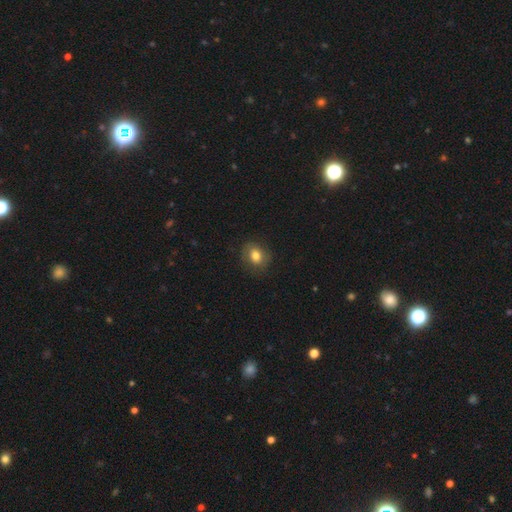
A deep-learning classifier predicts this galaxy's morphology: type=smooth (78%); roundness=round (53%); merging=none (83%).